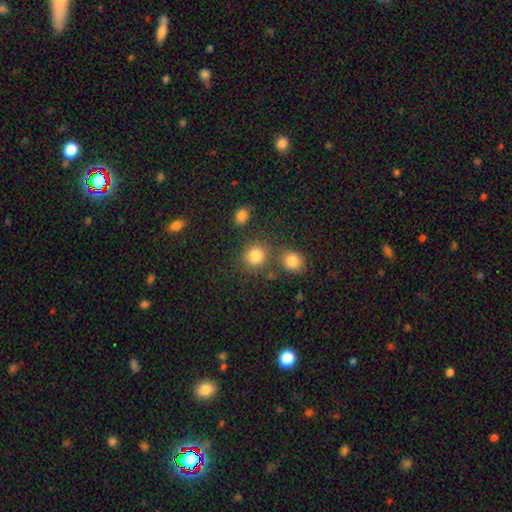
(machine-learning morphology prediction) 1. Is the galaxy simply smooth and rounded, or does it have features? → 83% smooth, 12% star or artifact, 5% featured or disk.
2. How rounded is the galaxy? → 84% round, 15% in between, 1% cigar-shaped.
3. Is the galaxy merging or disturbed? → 70% none, 17% merger, 9% minor disturbance, 4% major disturbance.